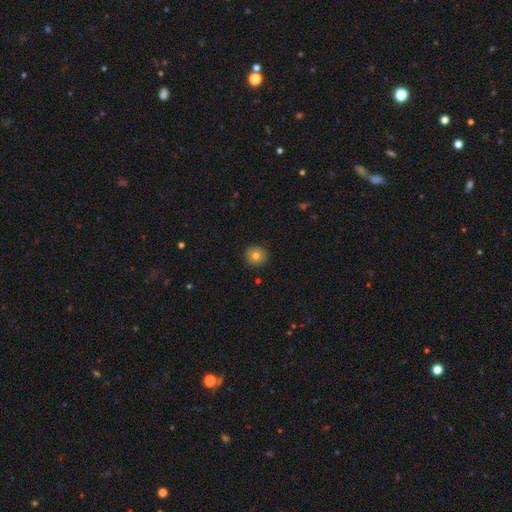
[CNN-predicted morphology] Smooth or featured?
  - smooth: 79% *
  - featured or disk: 11%
  - star or artifact: 10%
How rounded?
  - round: 95% *
  - in between: 4%
  - cigar-shaped: 1%
Merging?
  - none: 92% *
  - minor disturbance: 6%
  - major disturbance: 2%
  - merger: 1%